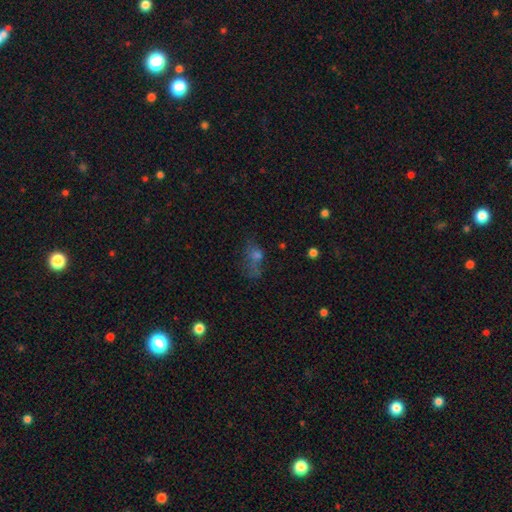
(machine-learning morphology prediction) Smooth or featured? smooth (53%)
How rounded? in between (67%)
Merging? none (39%)